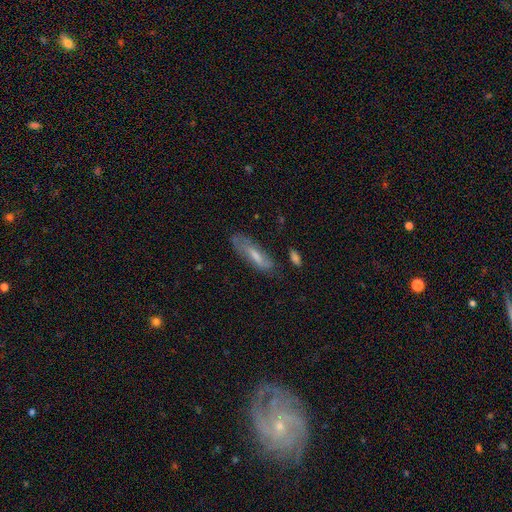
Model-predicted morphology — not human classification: featured or disk 46%, smooth 45%, star or artifact 8%. Down the decision tree: merging — none (63%).